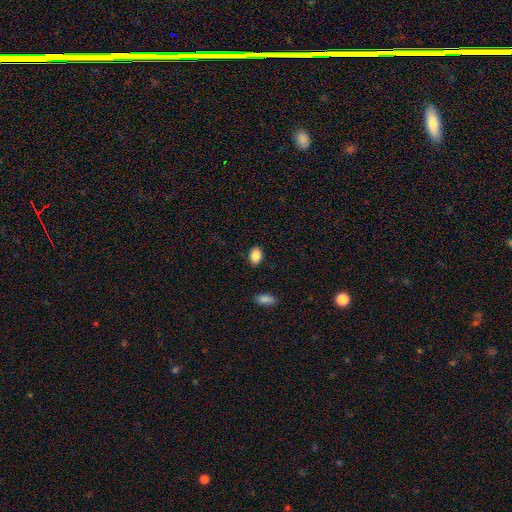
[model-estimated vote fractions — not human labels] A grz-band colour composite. It shows a smooth galaxy with no disk features (86%) that is in between round and cigar-shaped (82%). Merging: none (87%).